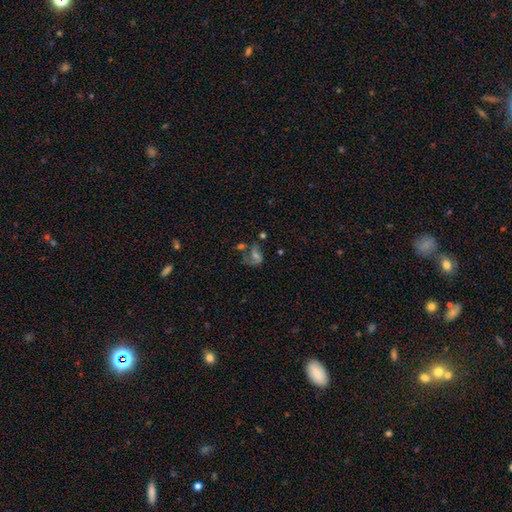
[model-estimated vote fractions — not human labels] Smooth or featured? featured or disk (55%)
Edge-on disk? no (97%)
Bar? no (59%)
Spiral arms? yes (67%)
Bulge size? moderate (39%)
Merging? major disturbance (32%, tied with none)